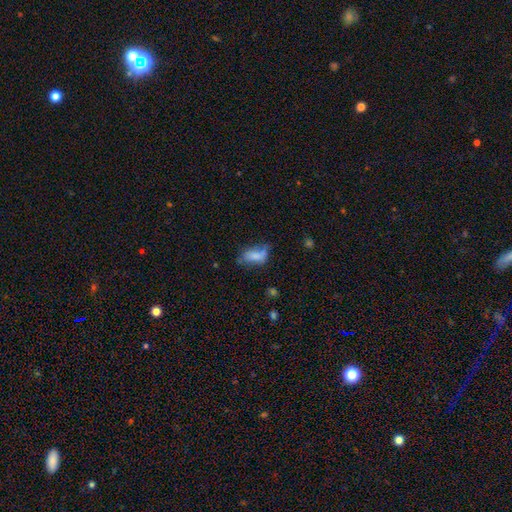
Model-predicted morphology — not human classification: Smooth or featured? smooth (68%)
How rounded? in between (87%)
Merging? none (39%)